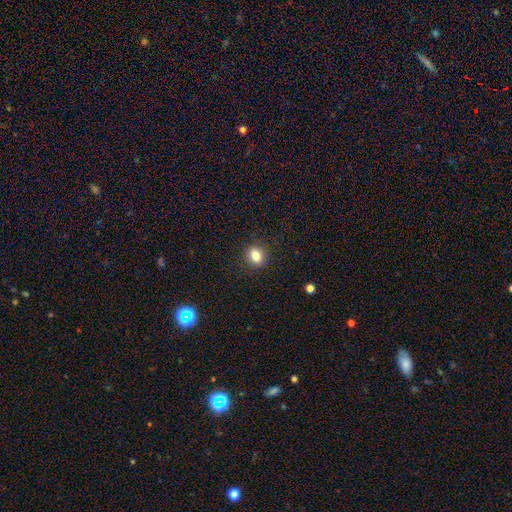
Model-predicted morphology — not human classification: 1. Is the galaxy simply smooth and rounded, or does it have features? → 80% smooth, 11% star or artifact, 8% featured or disk.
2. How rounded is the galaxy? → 52% in between, 46% round, 2% cigar-shaped.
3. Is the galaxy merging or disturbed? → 88% none, 8% minor disturbance, 2% major disturbance, 1% merger.